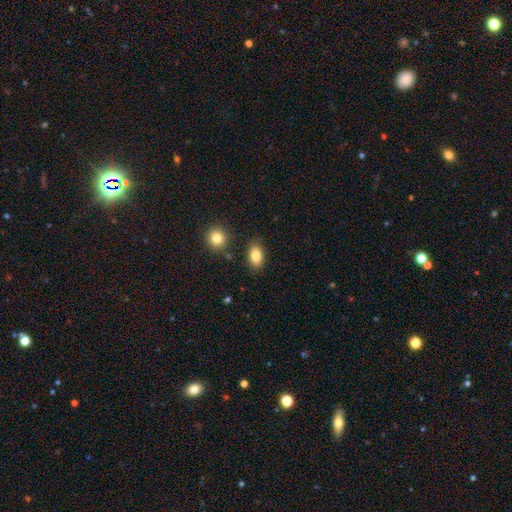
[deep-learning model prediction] Smooth or featured? Predicted: smooth (p=0.84). How rounded? Predicted: in between (p=0.88). Merging? Predicted: none (p=0.82).